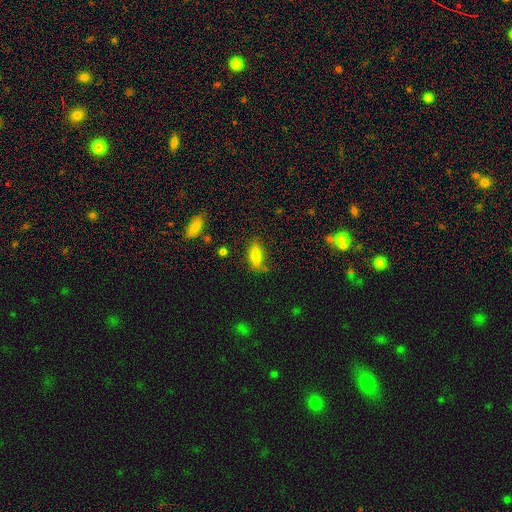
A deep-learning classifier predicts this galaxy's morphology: This appears to be a smooth galaxy with no disk features (70%) that is in between round and cigar-shaped (59%). Merging: none (71%).